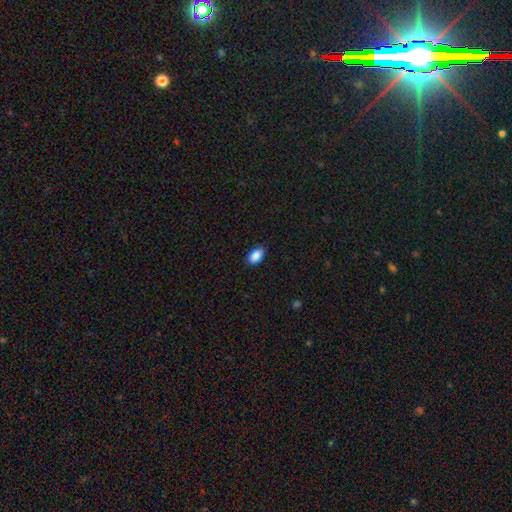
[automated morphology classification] This appears to be a smooth galaxy with no disk features (89%) that is in between round and cigar-shaped (92%). Merging: none (86%).